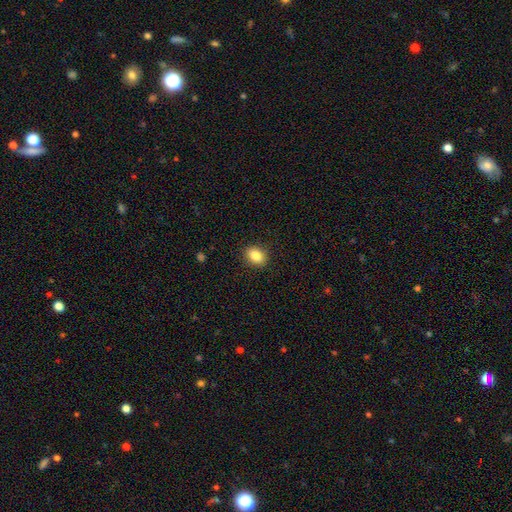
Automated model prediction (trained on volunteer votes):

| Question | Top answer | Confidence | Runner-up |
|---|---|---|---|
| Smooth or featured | smooth | 85% | star or artifact (9%) |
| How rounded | in between | 60% | round (39%) |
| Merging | none | 89% | minor disturbance (8%) |